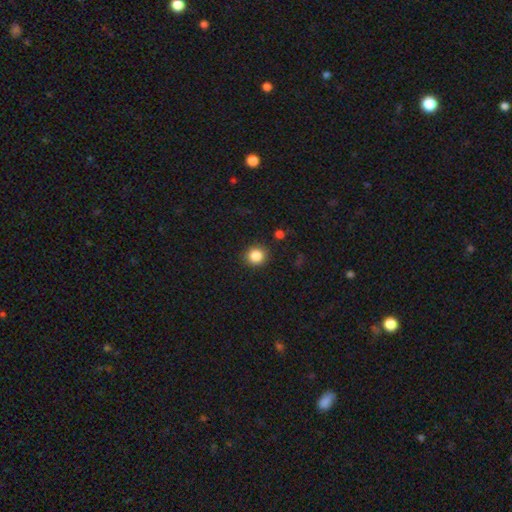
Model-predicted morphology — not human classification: Smooth or featured?
  - smooth: 85% *
  - star or artifact: 10%
  - featured or disk: 4%
How rounded?
  - round: 90% *
  - in between: 9%
  - cigar-shaped: 1%
Merging?
  - none: 90% *
  - minor disturbance: 6%
  - major disturbance: 2%
  - merger: 2%